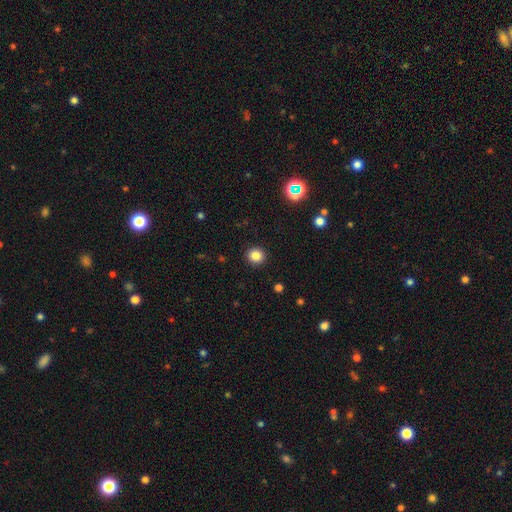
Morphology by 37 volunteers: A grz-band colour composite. It shows a smooth galaxy with no disk features (89%) that is round (88%). Merging: none (94%).